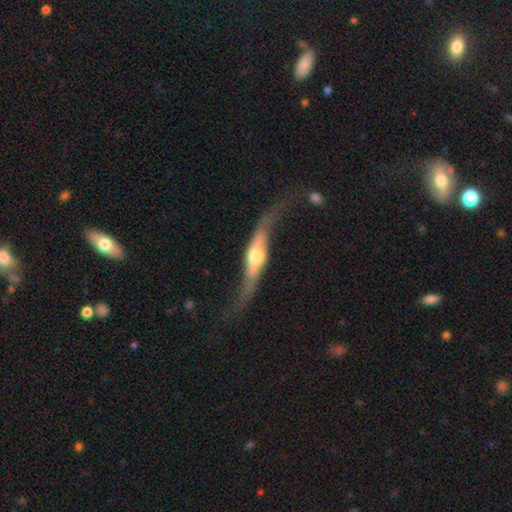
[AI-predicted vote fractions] This is likely a featured or disk galaxy (73%). It is likely viewed edge-on (73%). Edge-on bulge: clearly rounded (88%). Merging: possibly none (54%).